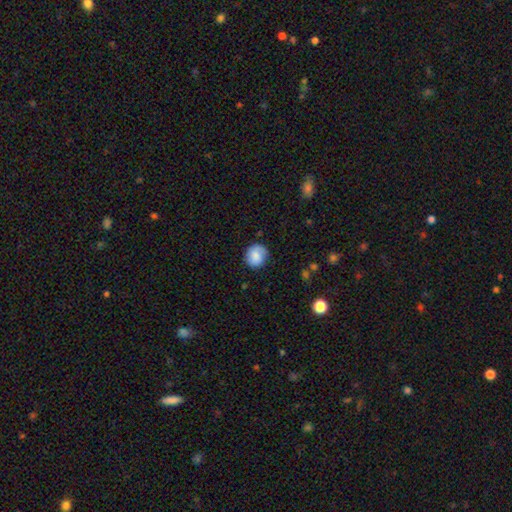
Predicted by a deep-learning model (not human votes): Overall: smooth (77%). How rounded: round (84%). Merging: none (80%).